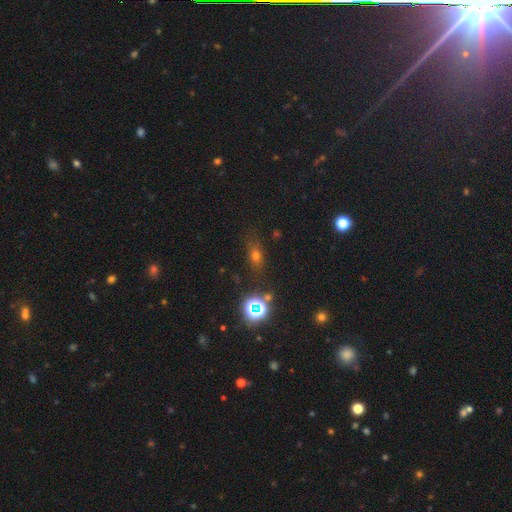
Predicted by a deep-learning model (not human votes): This appears to be a smooth galaxy with no disk features (55%) that is in between round and cigar-shaped (60%). Merging: none (79%).